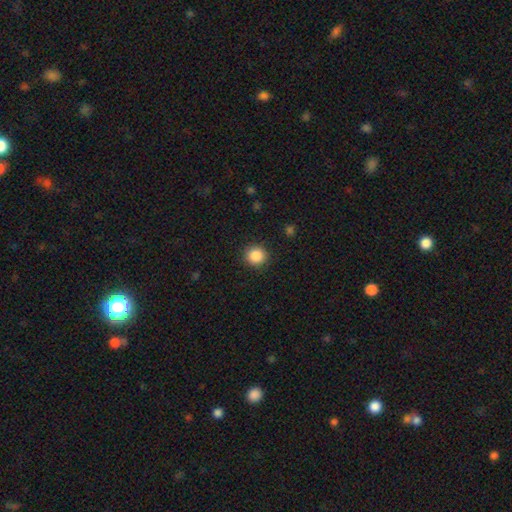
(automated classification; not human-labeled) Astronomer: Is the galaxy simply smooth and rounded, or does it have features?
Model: smooth — 87%.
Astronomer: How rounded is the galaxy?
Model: round — 91%.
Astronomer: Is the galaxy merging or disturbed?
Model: none — 91%.